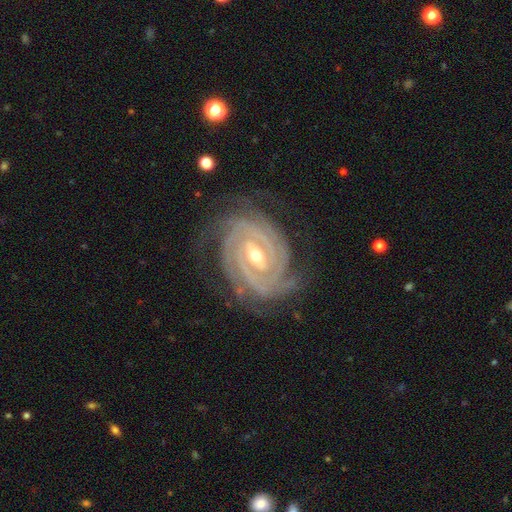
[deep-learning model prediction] Smooth or featured?
  - featured or disk: 93% *
  - star or artifact: 4%
  - smooth: 3%
Edge-on disk?
  - no: 97% *
  - yes: 3%
Bar?
  - weak: 43% *
  - strong: 40%
  - no: 18%
Spiral arms?
  - yes: 99% *
  - no: 1%
Spiral winding?
  - tight: 83% *
  - medium: 15%
  - loose: 2%
Spiral arm count?
  - 2: 32% *
  - 3: 26%
  - 4: 16%
  - can't tell: 13%
  - more than 4: 7%
  - 1: 6%
Bulge size?
  - moderate: 53% *
  - small: 44%
  - large: 2%
  - none: 1%
  - dominant: 1%
Merging?
  - none: 76% *
  - minor disturbance: 16%
  - major disturbance: 6%
  - merger: 1%